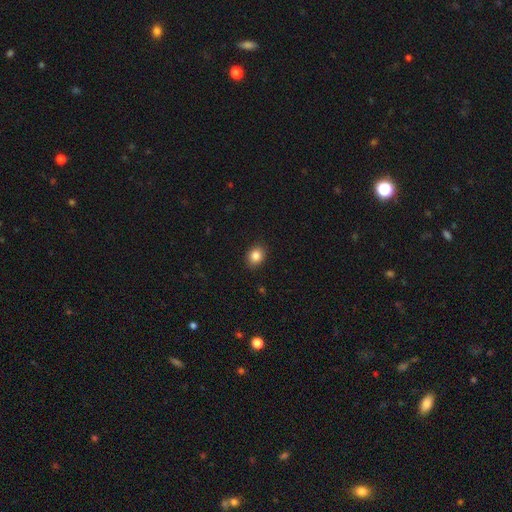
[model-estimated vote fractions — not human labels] Smooth or featured? Predicted: smooth (p=0.86). How rounded? Predicted: round (p=0.56). Merging? Predicted: none (p=0.89).